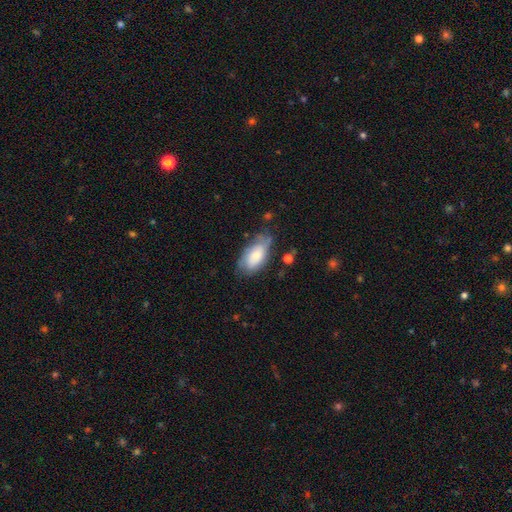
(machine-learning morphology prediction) smooth-or-featured: smooth: 63% | featured or disk: 30% | star or artifact: 7%
  how-rounded: in between: 92% | cigar-shaped: 5% | round: 3%
  merging: none: 58% | minor disturbance: 30% | major disturbance: 10% | merger: 3%